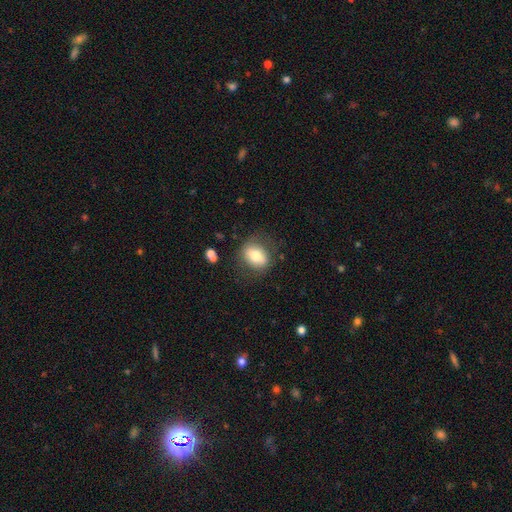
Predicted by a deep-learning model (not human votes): Q: Smooth or featured?
A: smooth (70%); runner-up: featured or disk (22%)
Q: How rounded?
A: in between (60%); runner-up: round (39%)
Q: Merging?
A: none (74%); runner-up: minor disturbance (16%)